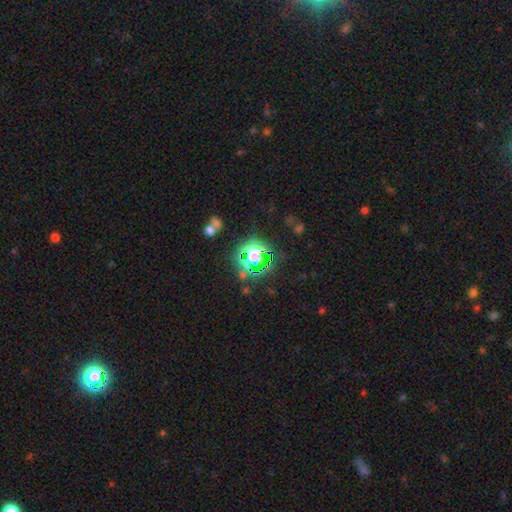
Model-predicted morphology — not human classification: type=star or artifact (72%).